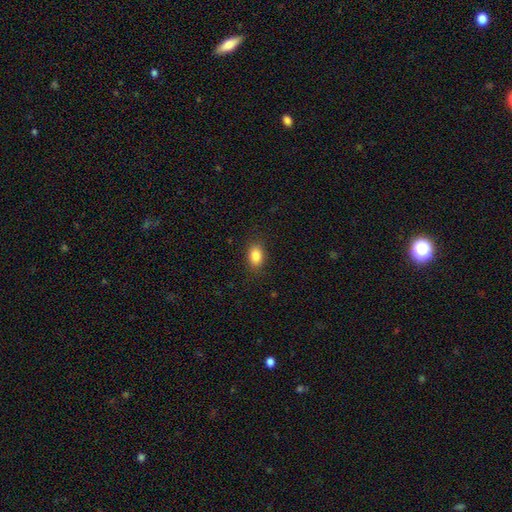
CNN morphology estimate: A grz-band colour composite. It shows a smooth galaxy with no disk features (85%) that is in between round and cigar-shaped (79%). Merging: none (87%).